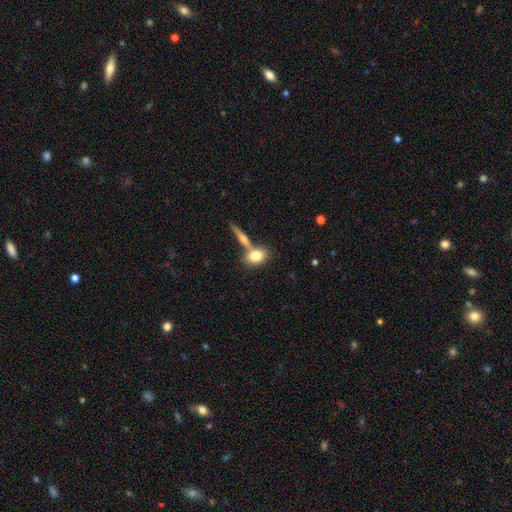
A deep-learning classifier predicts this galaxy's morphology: This is likely a smooth galaxy (75%). How rounded: likely in between (69%). Merging: possibly none (46%).